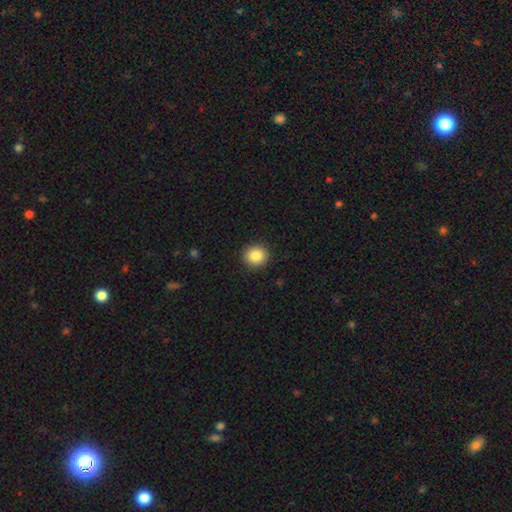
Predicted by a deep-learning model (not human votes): Overall: smooth (87%). How rounded: round (89%). Merging: none (92%).